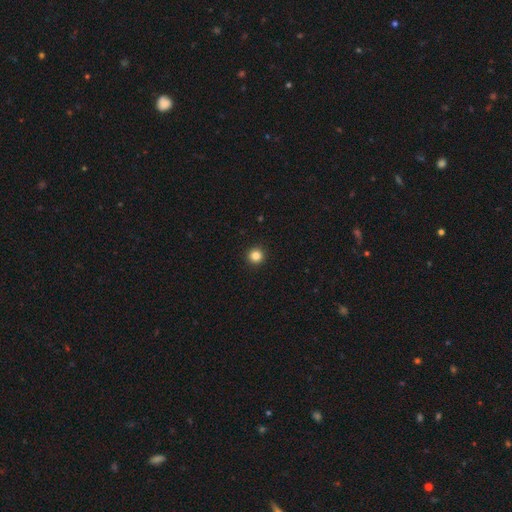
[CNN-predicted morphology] This appears to be a smooth galaxy with no disk features (84%) that is round (96%). Merging: none (94%).